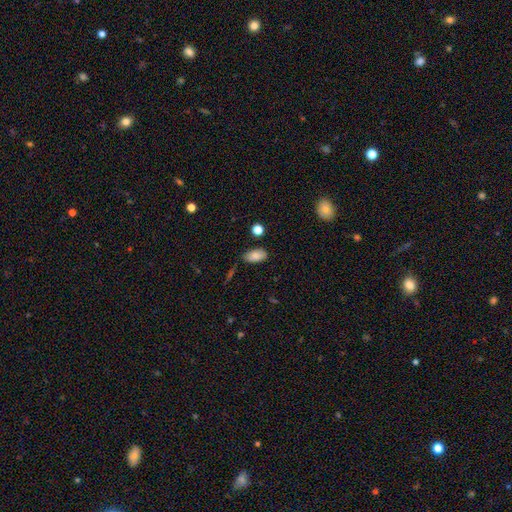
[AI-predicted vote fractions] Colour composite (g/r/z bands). It shows a smooth galaxy with no disk features (84%) that is in between round and cigar-shaped (92%). Merging: none (77%).